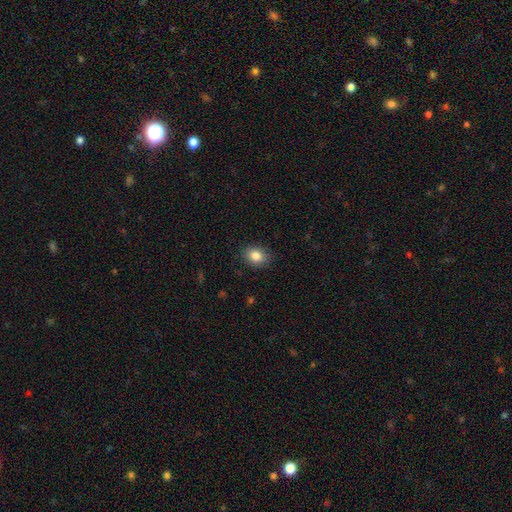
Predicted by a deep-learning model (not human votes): Smooth or featured?
  - smooth: 85% *
  - star or artifact: 9%
  - featured or disk: 5%
How rounded?
  - in between: 50% *
  - round: 49%
  - cigar-shaped: 1%
Merging?
  - none: 87% *
  - minor disturbance: 10%
  - major disturbance: 2%
  - merger: 1%